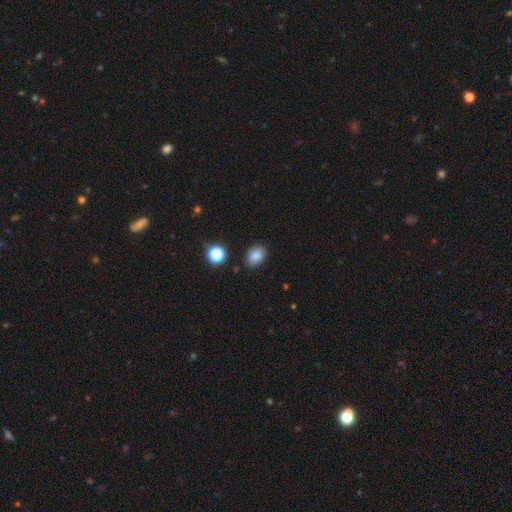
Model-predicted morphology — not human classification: Smooth or featured?
  - smooth: 84% *
  - star or artifact: 10%
  - featured or disk: 5%
How rounded?
  - in between: 82% *
  - round: 17%
  - cigar-shaped: 1%
Merging?
  - none: 84% *
  - minor disturbance: 11%
  - major disturbance: 3%
  - merger: 2%